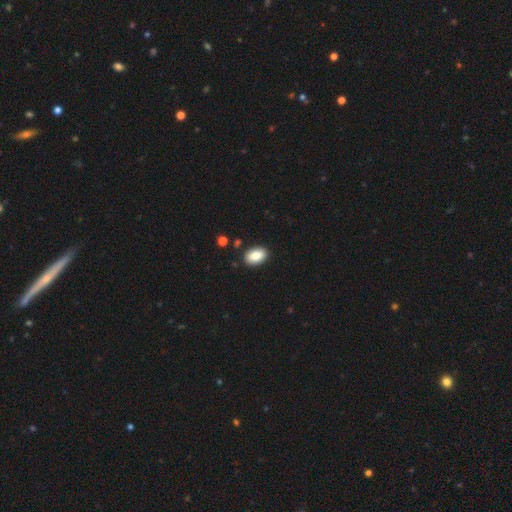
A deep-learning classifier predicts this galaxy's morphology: Smooth or featured: smooth — 85% (featured or disk — 8%)
How rounded: in between — 90% (round — 8%)
Merging: none — 88% (minor disturbance — 8%)